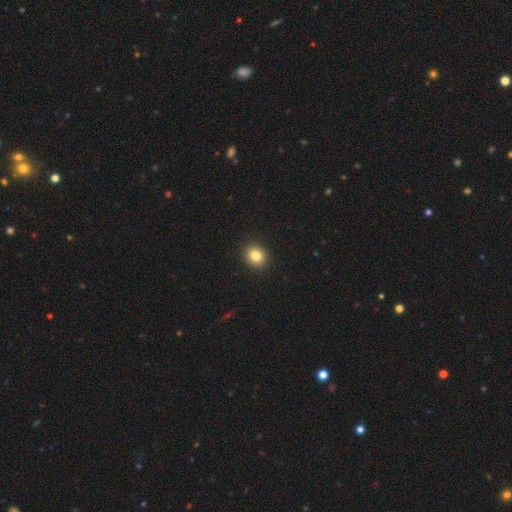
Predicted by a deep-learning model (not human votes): Smooth or featured?
  - smooth: 82% *
  - star or artifact: 11%
  - featured or disk: 7%
How rounded?
  - round: 75% *
  - in between: 24%
  - cigar-shaped: 1%
Merging?
  - none: 92% *
  - minor disturbance: 5%
  - major disturbance: 2%
  - merger: 1%